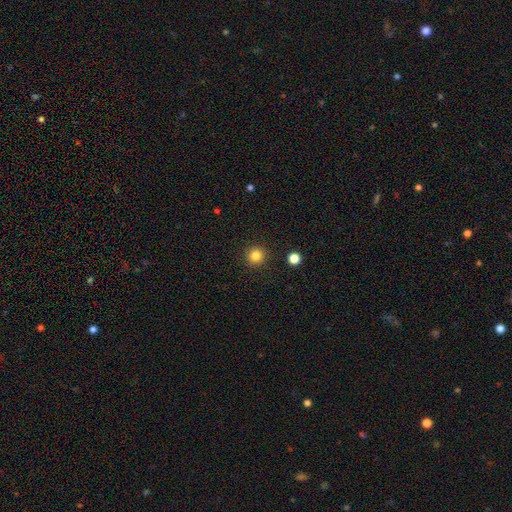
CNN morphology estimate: Smooth or featured? Predicted: smooth (p=0.83). How rounded? Predicted: round (p=0.95). Merging? Predicted: none (p=0.92).